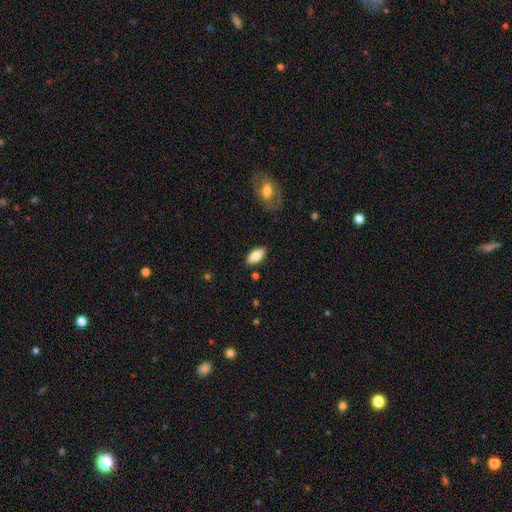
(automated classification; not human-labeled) A smooth galaxy with no disk features (75%) that is in between round and cigar-shaped (87%).

Vote fractions:
- Smooth or featured? smooth: 75% / featured or disk: 19% / star or artifact: 6%
- How rounded? in between: 87% / cigar-shaped: 10% / round: 2%
- Merging? none: 86% / minor disturbance: 10% / major disturbance: 2% / merger: 2%